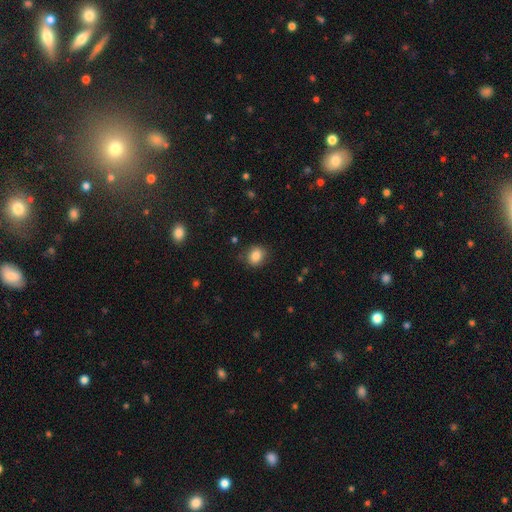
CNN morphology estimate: The model was most divided on "how rounded": round: 64%, in between: 35%, cigar-shaped: 1%. More confident: smooth or featured — smooth (85%); merging — none (83%).